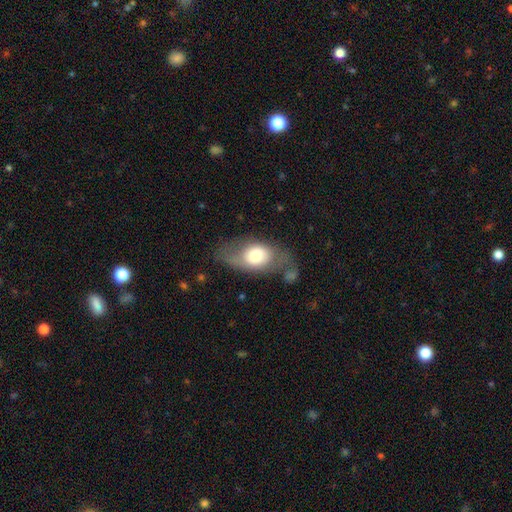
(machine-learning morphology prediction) smooth-or-featured: smooth: 56% | featured or disk: 37% | star or artifact: 7%
  how-rounded: in between: 77% | round: 19% | cigar-shaped: 4%
  merging: none: 53% | minor disturbance: 23% | major disturbance: 18% | merger: 6%